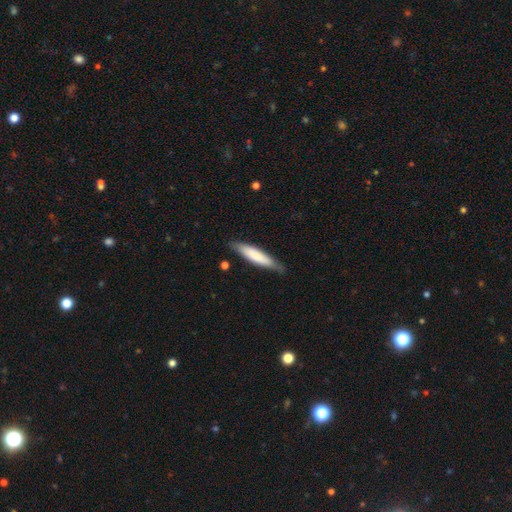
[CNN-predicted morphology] Smooth or featured: smooth — 75% (featured or disk — 20%)
How rounded: cigar-shaped — 79% (in between — 20%)
Merging: none — 75% (minor disturbance — 20%)